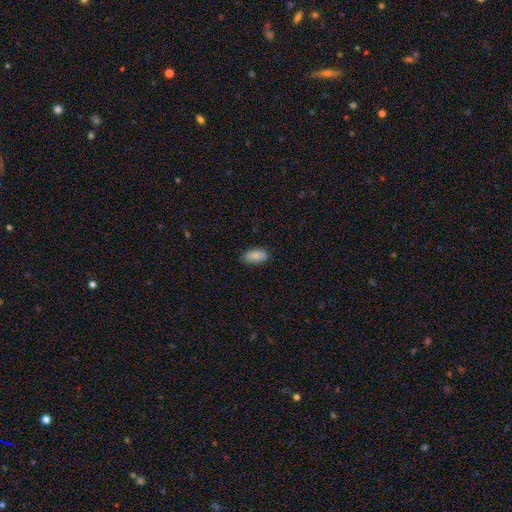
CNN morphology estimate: Q: Smooth or featured?
A: smooth (88%); runner-up: star or artifact (7%)
Q: How rounded?
A: in between (92%); runner-up: cigar-shaped (6%)
Q: Merging?
A: none (83%); runner-up: minor disturbance (13%)